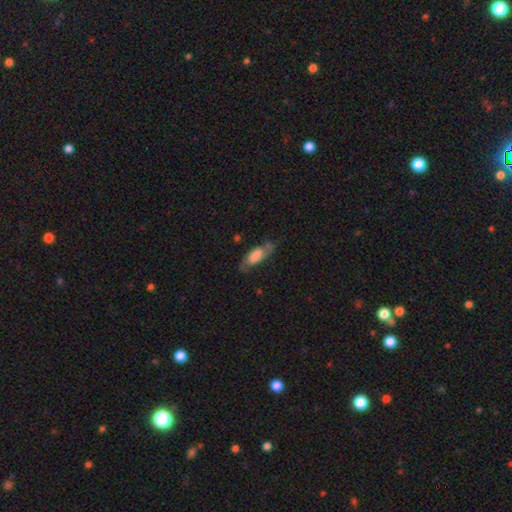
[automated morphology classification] The model was most divided on "smooth or featured": smooth: 52%, featured or disk: 40%, star or artifact: 7%. More confident: how rounded — in between (74%); merging — none (60%).